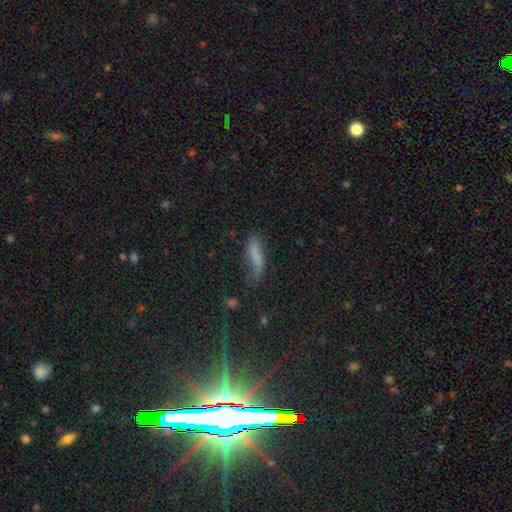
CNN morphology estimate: smooth 69%, featured or disk 20%, star or artifact 11%. Down the decision tree: how rounded — cigar-shaped (62%); merging — none (52%).